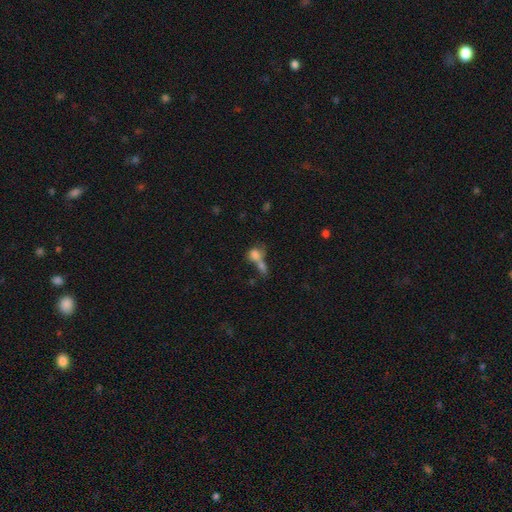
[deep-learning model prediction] The model was most divided on "how rounded": in between: 54%, round: 42%, cigar-shaped: 5%. More confident: smooth or featured — smooth (74%); merging — merger (57%).